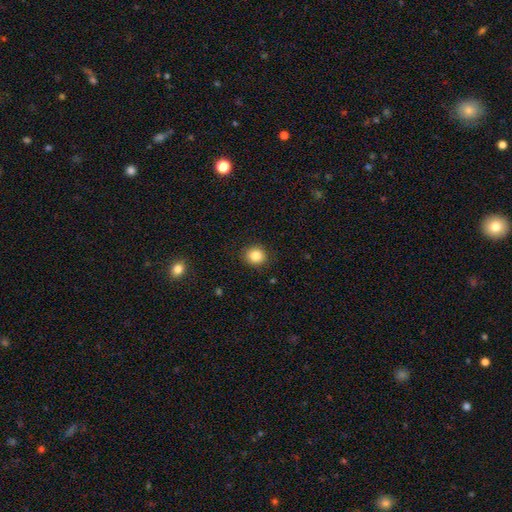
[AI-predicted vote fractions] Smooth or featured: smooth — 84% (star or artifact — 10%)
How rounded: round — 85% (in between — 14%)
Merging: none — 90% (minor disturbance — 7%)